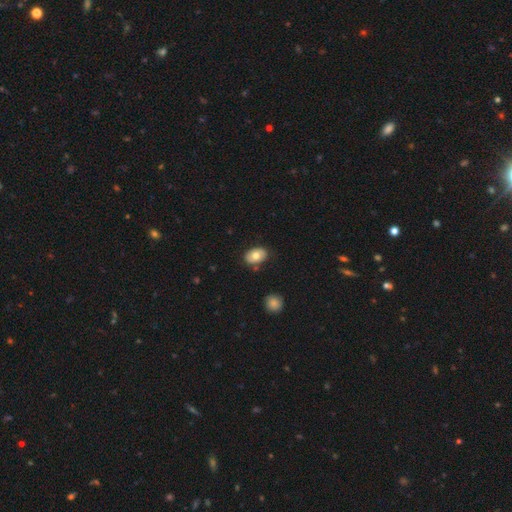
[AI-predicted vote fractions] This is likely a smooth galaxy (71%). How rounded: clearly in between (83%). Merging: likely none (80%).